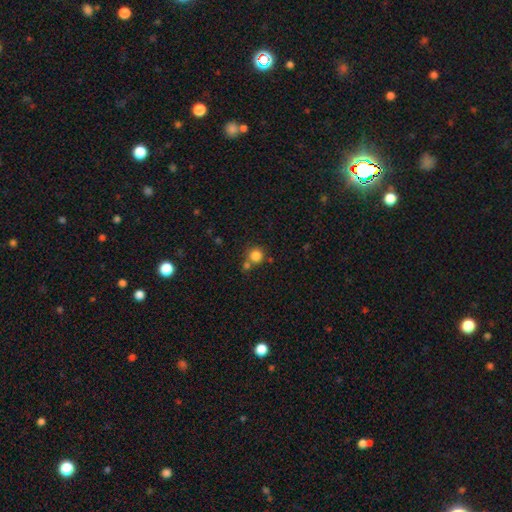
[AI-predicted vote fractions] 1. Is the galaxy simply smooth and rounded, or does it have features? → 83% smooth, 11% star or artifact, 6% featured or disk.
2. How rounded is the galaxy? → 92% round, 7% in between, 1% cigar-shaped.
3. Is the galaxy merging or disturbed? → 63% none, 25% merger, 9% minor disturbance, 3% major disturbance.